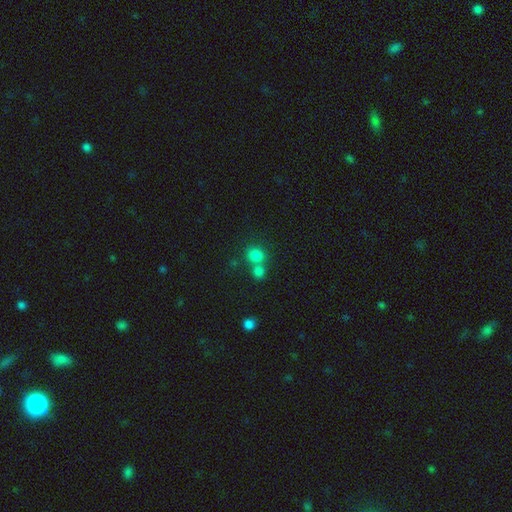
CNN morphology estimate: Overall: smooth (79%). How rounded: round (78%). Merging: none (50%; merger 39%).